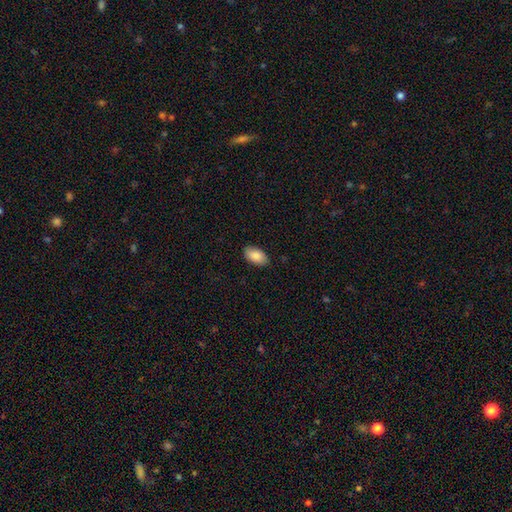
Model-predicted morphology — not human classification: Q: Smooth or featured?
A: smooth (87%); runner-up: featured or disk (6%)
Q: How rounded?
A: in between (95%); runner-up: round (4%)
Q: Merging?
A: none (86%); runner-up: minor disturbance (11%)